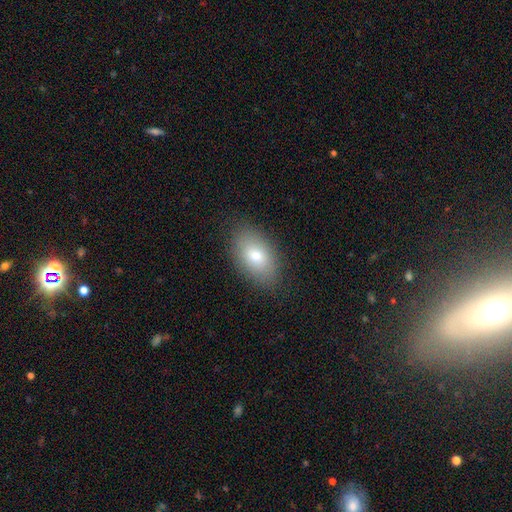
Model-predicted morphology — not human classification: A smooth galaxy with no disk features (78%) that is in between round and cigar-shaped (90%). Merging: none (85%).